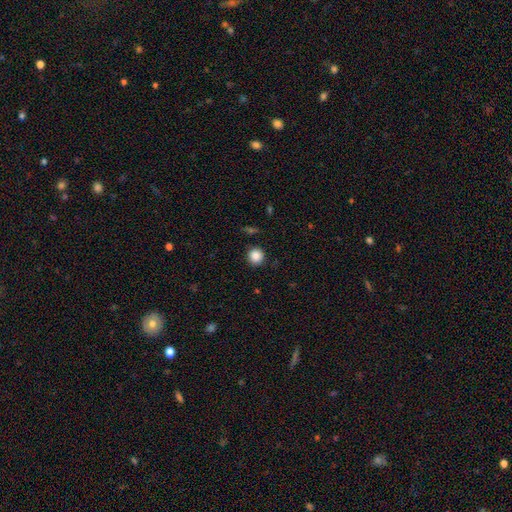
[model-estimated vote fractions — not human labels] Smooth or featured?
  - smooth: 87% *
  - star or artifact: 10%
  - featured or disk: 3%
How rounded?
  - round: 93% *
  - in between: 6%
  - cigar-shaped: 1%
Merging?
  - none: 90% *
  - minor disturbance: 7%
  - major disturbance: 2%
  - merger: 1%